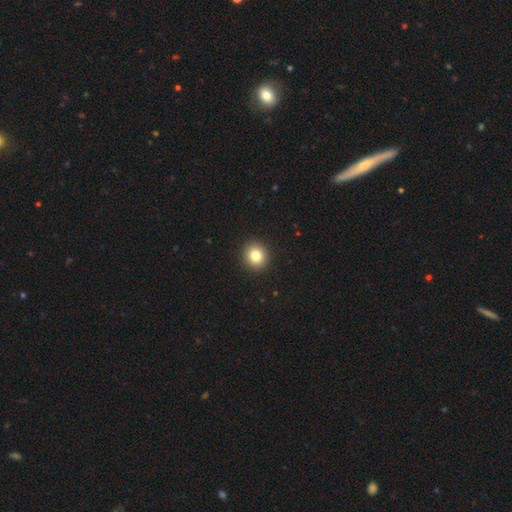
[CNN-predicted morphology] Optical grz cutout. It shows a smooth galaxy with no disk features (82%) that is round (87%). Merging: none (93%).